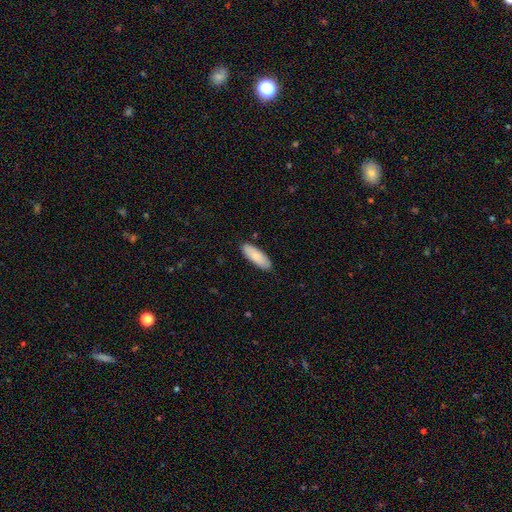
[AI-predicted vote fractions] This appears to be a smooth galaxy with no disk features (83%) that is in between round and cigar-shaped (66%). Merging: none (88%).